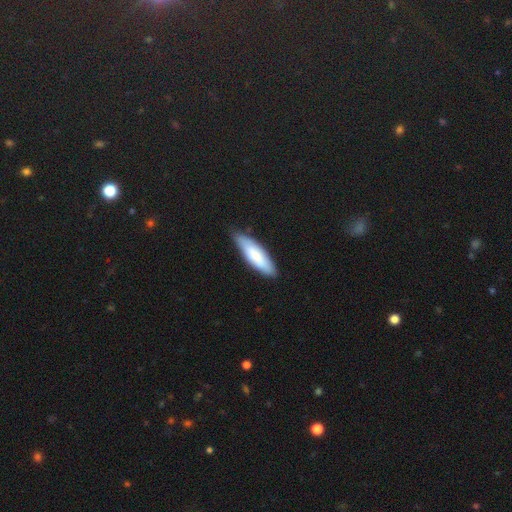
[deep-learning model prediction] smooth 77%, featured or disk 18%, star or artifact 5%. Down the decision tree: how rounded — cigar-shaped (57%); merging — none (77%).